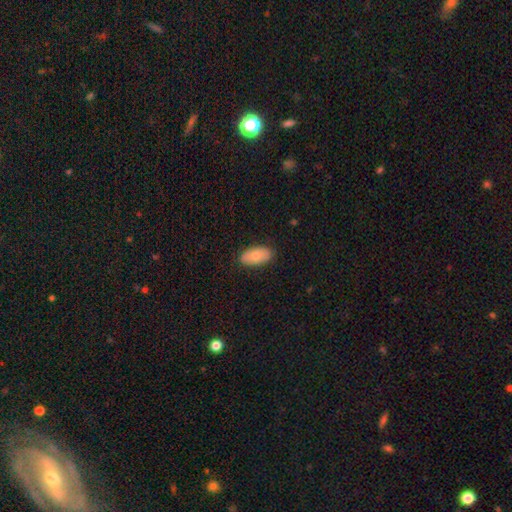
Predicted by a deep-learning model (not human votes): Overall: smooth (72%). How rounded: in between (94%). Merging: none (84%).